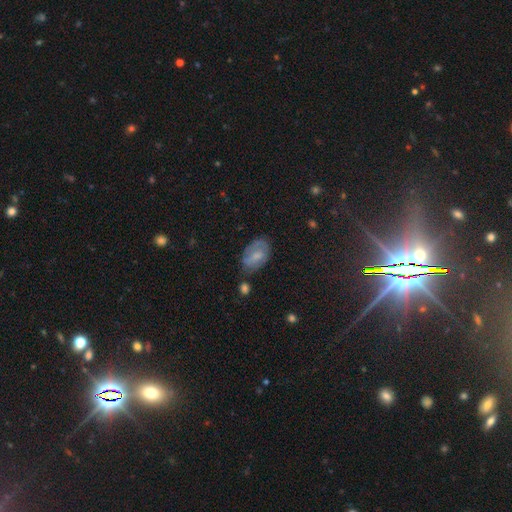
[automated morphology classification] A smooth galaxy with no disk features (53%) that is in between round and cigar-shaped (90%).

Vote fractions:
- Smooth or featured? smooth: 53% / featured or disk: 37% / star or artifact: 10%
- How rounded? in between: 90% / round: 8% / cigar-shaped: 2%
- Merging? none: 59% / minor disturbance: 27% / major disturbance: 10% / merger: 4%